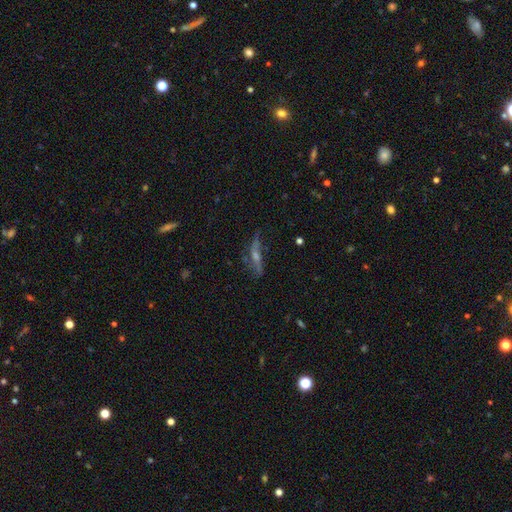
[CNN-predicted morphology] Smooth or featured: featured or disk — 69% (smooth — 17%)
Edge-on disk: no — 52% (yes — 48%)
Merging: none — 64% (minor disturbance — 20%)